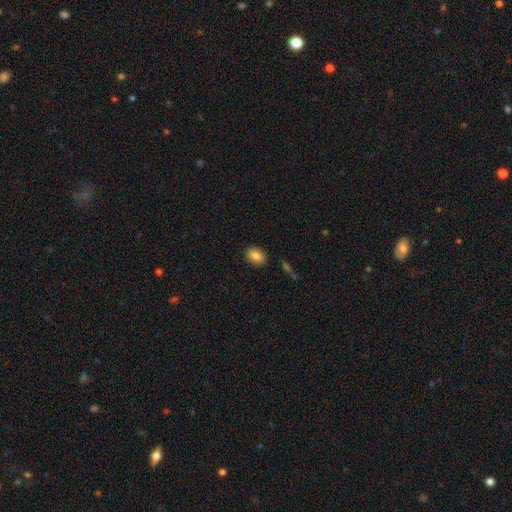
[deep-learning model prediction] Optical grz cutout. It shows a smooth galaxy with no disk features (85%) that is in between round and cigar-shaped (74%). Merging: none (88%).